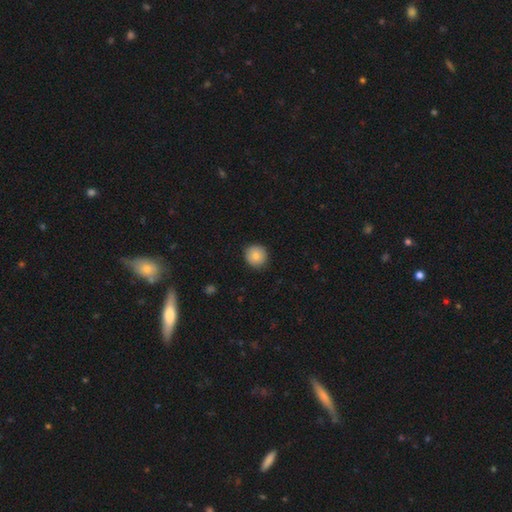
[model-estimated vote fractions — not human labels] Morphology: type=smooth (82%); roundness=round (93%); merging=none (88%).